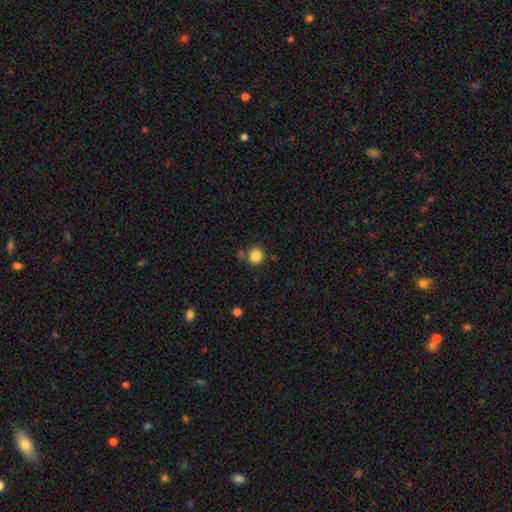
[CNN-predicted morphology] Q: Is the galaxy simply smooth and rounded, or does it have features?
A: smooth — 85%.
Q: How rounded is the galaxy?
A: round — 88%.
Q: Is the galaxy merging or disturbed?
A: none — 76%.